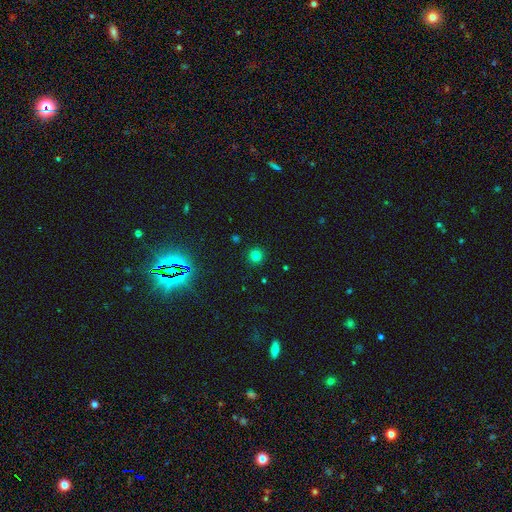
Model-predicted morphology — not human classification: Q: Smooth or featured?
A: smooth (76%); runner-up: star or artifact (18%)
Q: How rounded?
A: round (95%); runner-up: in between (4%)
Q: Merging?
A: none (91%); runner-up: minor disturbance (5%)